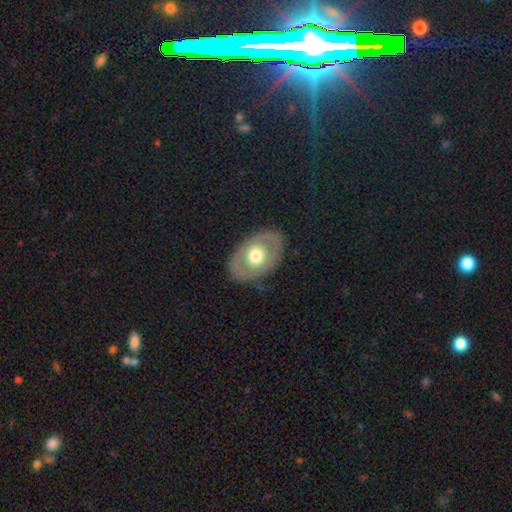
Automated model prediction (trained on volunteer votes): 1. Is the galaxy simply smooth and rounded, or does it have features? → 54% featured or disk, 41% smooth, 5% star or artifact.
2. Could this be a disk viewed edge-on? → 92% no, 8% yes.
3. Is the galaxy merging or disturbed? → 79% none, 14% minor disturbance, 6% major disturbance, 1% merger.